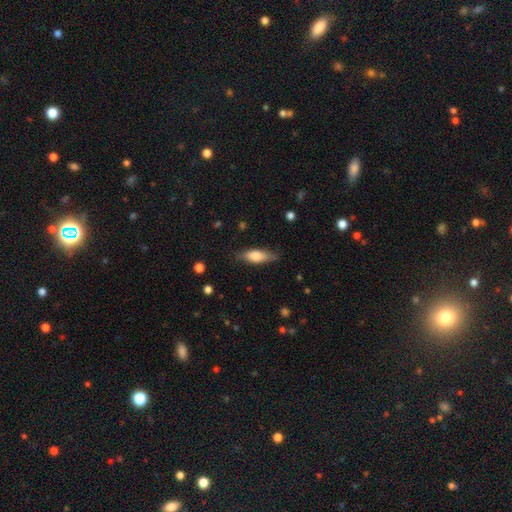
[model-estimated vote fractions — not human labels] Smooth or featured: smooth — 71% (featured or disk — 23%)
How rounded: in between — 57% (cigar-shaped — 41%)
Merging: none — 77% (minor disturbance — 18%)